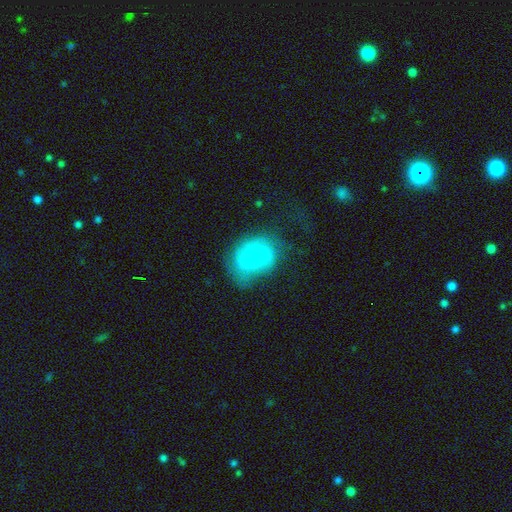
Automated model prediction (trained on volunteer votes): Q: Smooth or featured?
A: smooth (59%); runner-up: featured or disk (33%)
Q: How rounded?
A: in between (68%); runner-up: round (30%)
Q: Merging?
A: none (37%); runner-up: minor disturbance (32%)